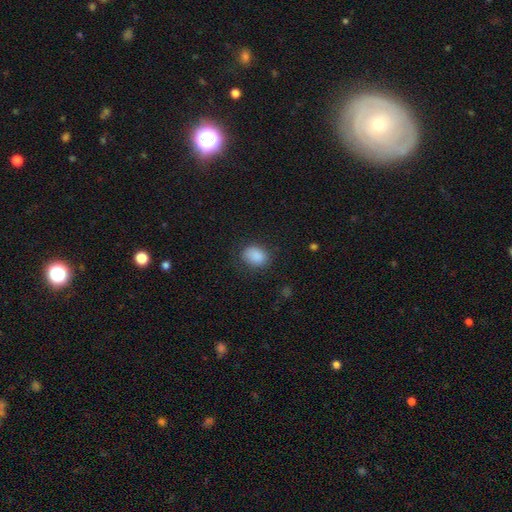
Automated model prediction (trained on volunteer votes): Smooth or featured? Predicted: smooth (p=0.87). How rounded? Predicted: in between (p=0.56). Merging? Predicted: none (p=0.78).